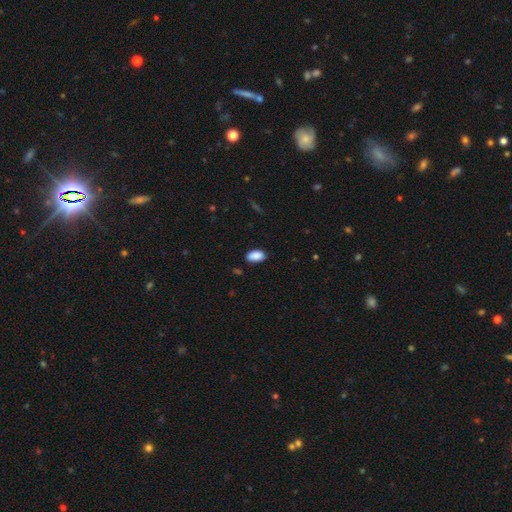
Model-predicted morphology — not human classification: Q: Smooth or featured?
A: smooth (89%); runner-up: star or artifact (7%)
Q: How rounded?
A: in between (94%); runner-up: round (4%)
Q: Merging?
A: none (84%); runner-up: minor disturbance (13%)